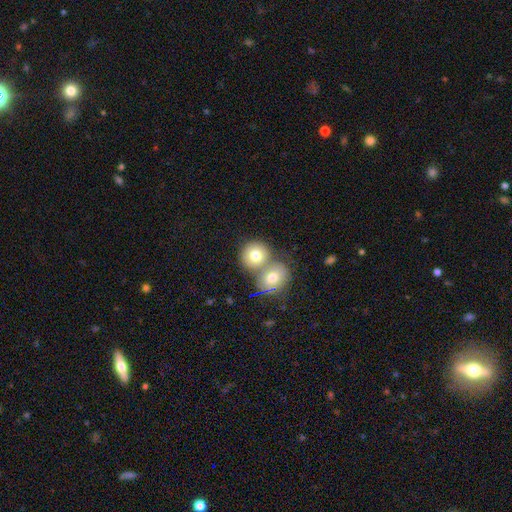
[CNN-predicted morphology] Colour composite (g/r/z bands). It shows a smooth galaxy with no disk features (74%) that is round (84%). Merging: merger (48%).